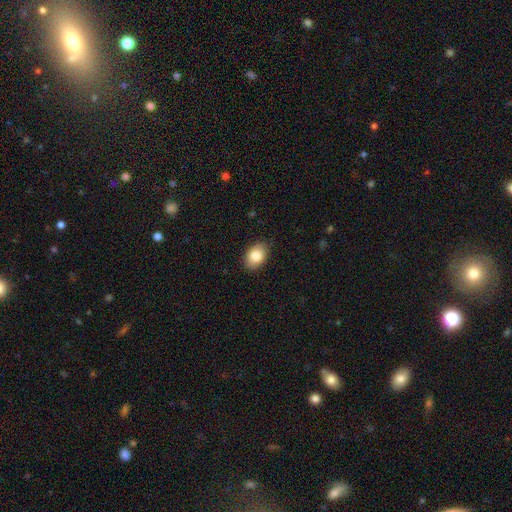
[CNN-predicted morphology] The model was most divided on "how rounded": in between: 81%, round: 18%, cigar-shaped: 1%. More confident: merging — none (87%); smooth or featured — smooth (84%).